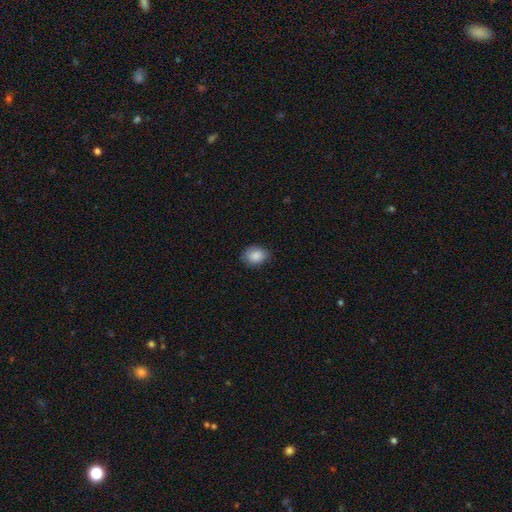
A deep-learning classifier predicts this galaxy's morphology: The model was most divided on "how rounded": in between: 58%, round: 41%, cigar-shaped: 1%. More confident: smooth or featured — smooth (87%); merging — none (75%).